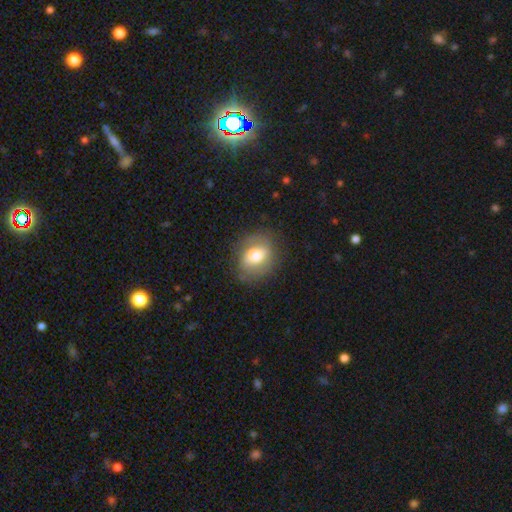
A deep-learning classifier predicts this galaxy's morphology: A smooth galaxy with no disk features (60%) that is in between round and cigar-shaped (50%). Merging: none (75%).